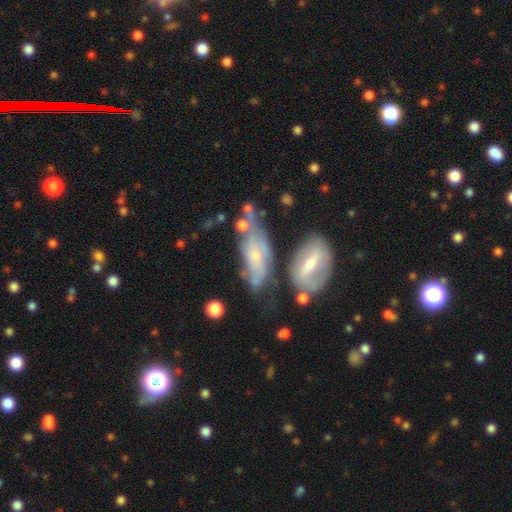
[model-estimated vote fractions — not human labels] Overall: featured or disk (52%; smooth 40%). Edge-on disk: no (82%). Merging: none (35%; minor disturbance 25%).